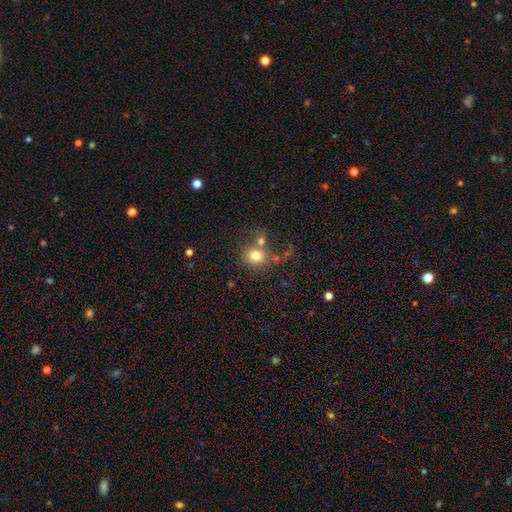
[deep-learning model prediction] Smooth or featured? smooth (77%)
How rounded? round (77%)
Merging? none (54%)